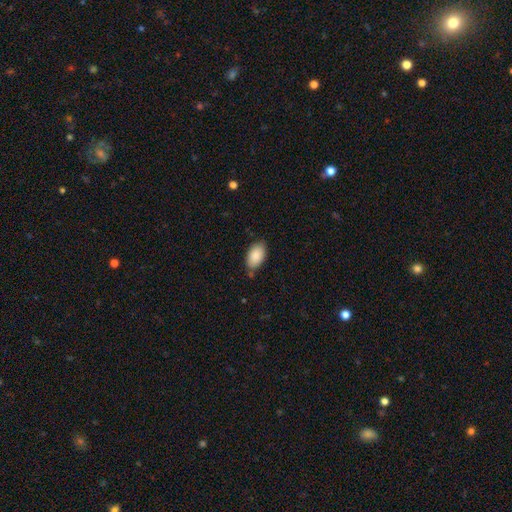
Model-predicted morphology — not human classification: Q: Smooth or featured?
A: smooth (88%); runner-up: star or artifact (6%)
Q: How rounded?
A: in between (94%); runner-up: round (4%)
Q: Merging?
A: none (77%); runner-up: minor disturbance (17%)